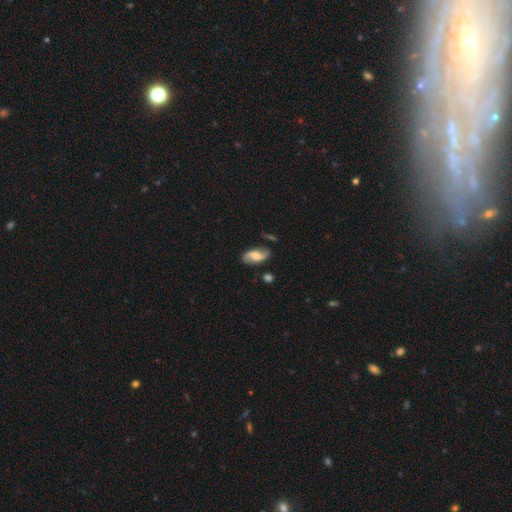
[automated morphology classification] Smooth or featured? Predicted: featured or disk (p=0.61). Edge-on disk? Predicted: no (p=0.94). Bar? Predicted: no (p=0.41, tied with weak). Spiral arms? Predicted: yes (p=0.91). Spiral winding? Predicted: loose (p=0.52). Spiral arm count? Predicted: 2 (p=0.90). Bulge size? Predicted: moderate (p=0.48). Merging? Predicted: none (p=0.74).